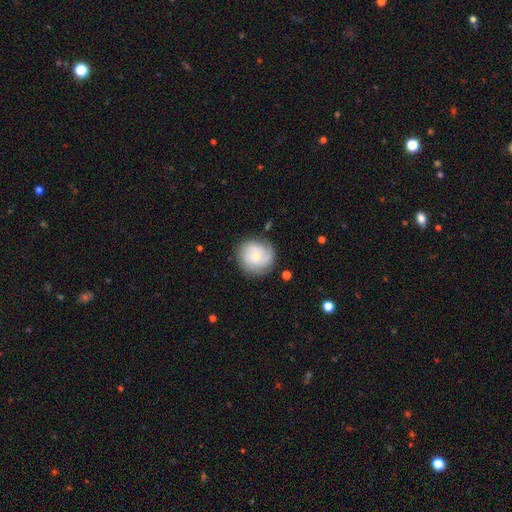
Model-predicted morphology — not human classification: The model was most divided on "smooth or featured": featured or disk: 56%, smooth: 36%, star or artifact: 7%. More confident: edge-on disk — no (98%); spiral arms — yes (87%); merging — none (80%); bar — no (77%); bulge size — small (66%).